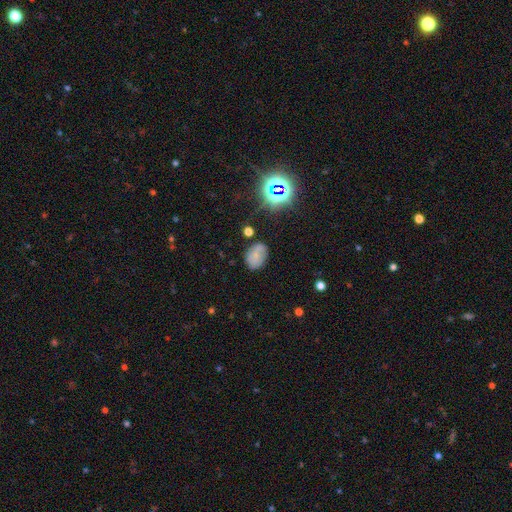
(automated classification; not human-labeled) The model was most divided on "smooth or featured": smooth: 60%, featured or disk: 22%, star or artifact: 17%. More confident: how rounded — in between (74%); merging — none (66%).